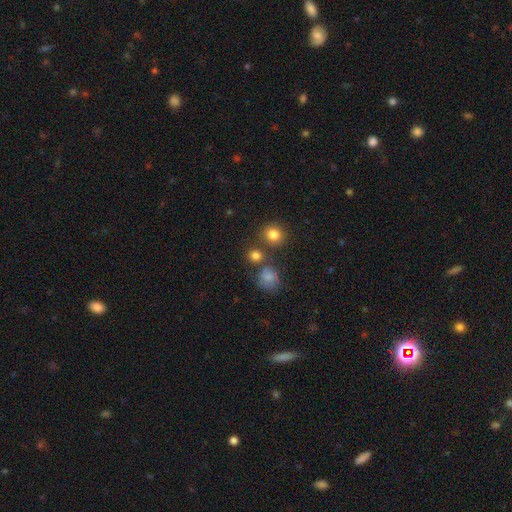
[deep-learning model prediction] smooth 81%, star or artifact 13%, featured or disk 6%. Down the decision tree: how rounded — round (82%); merging — none (69%).